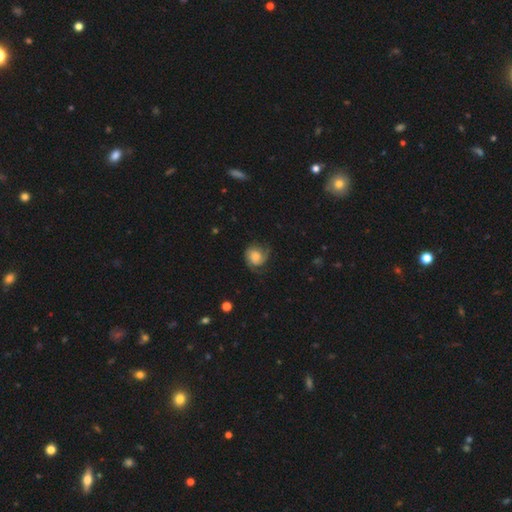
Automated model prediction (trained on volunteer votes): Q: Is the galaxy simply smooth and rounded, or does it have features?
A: featured or disk — 54%.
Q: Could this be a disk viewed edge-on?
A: no — 98%.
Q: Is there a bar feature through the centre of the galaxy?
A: no — 74%.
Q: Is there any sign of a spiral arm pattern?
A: yes — 90%.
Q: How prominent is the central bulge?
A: moderate — 38%.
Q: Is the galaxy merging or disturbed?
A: none — 60%.